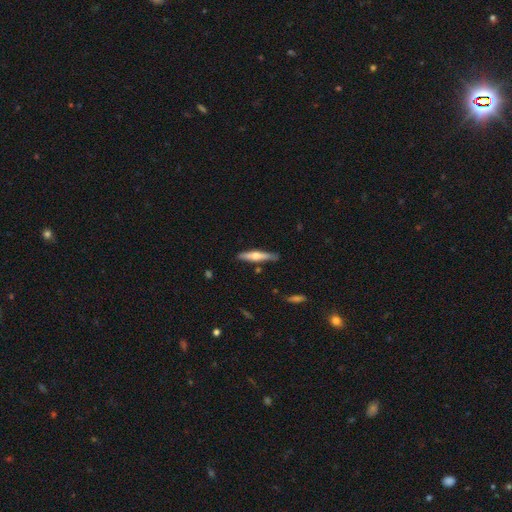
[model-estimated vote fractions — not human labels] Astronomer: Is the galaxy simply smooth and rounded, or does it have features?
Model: featured or disk — 51% (runner-up: smooth, 43%).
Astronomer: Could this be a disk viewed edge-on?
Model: yes — 93%.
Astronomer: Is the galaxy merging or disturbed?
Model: none — 83%.